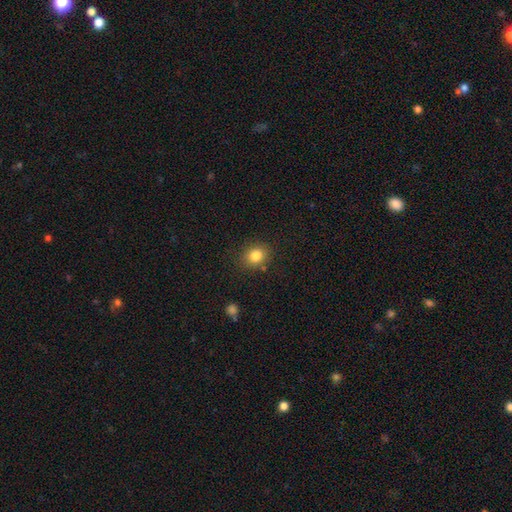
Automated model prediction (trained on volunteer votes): Smooth or featured? smooth (83%)
How rounded? round (65%)
Merging? none (83%)